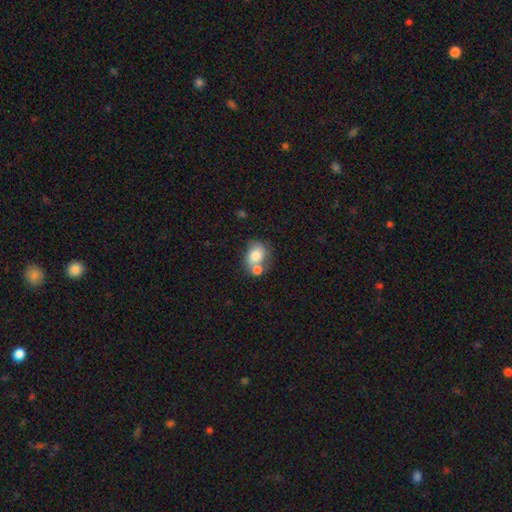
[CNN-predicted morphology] A smooth galaxy with no disk features (77%) that is in between round and cigar-shaped (58%). Merging: merger (47%).